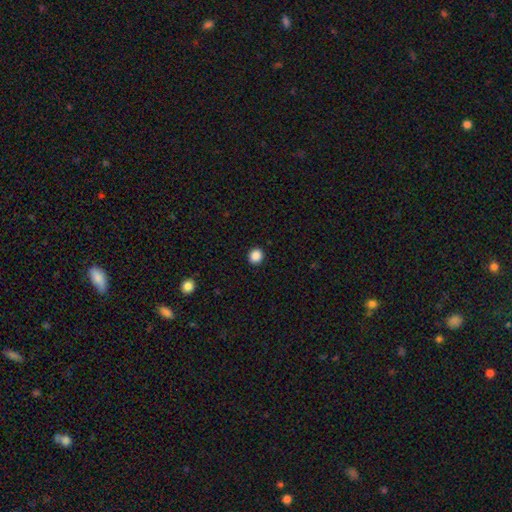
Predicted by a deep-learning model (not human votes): A smooth galaxy with no disk features (88%) that is round (87%). Merging: none (93%).